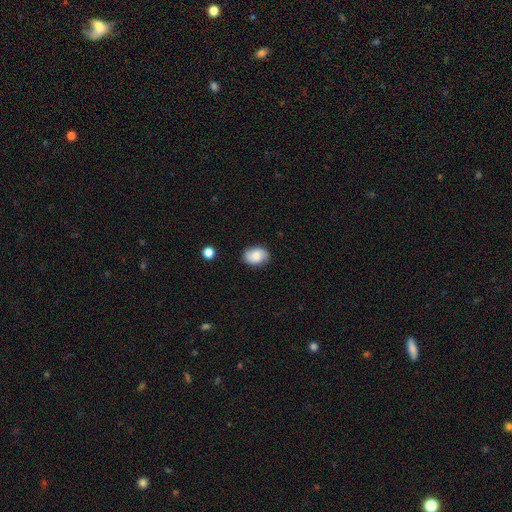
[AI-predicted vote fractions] A smooth galaxy with no disk features (71%) that is in between round and cigar-shaped (76%).

Vote fractions:
- Smooth or featured? smooth: 71% / featured or disk: 20% / star or artifact: 9%
- How rounded? in between: 76% / round: 23% / cigar-shaped: 1%
- Merging? none: 82% / minor disturbance: 13% / major disturbance: 3% / merger: 2%